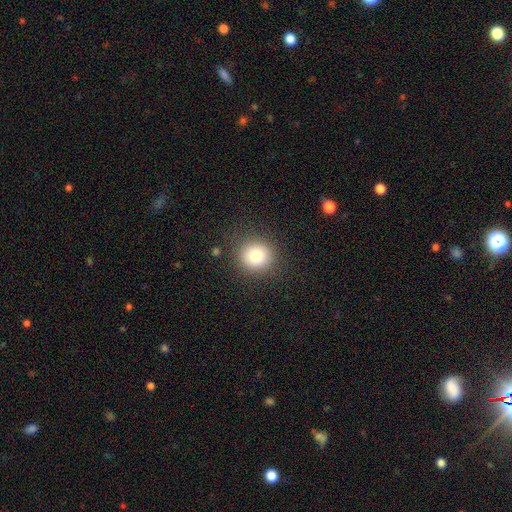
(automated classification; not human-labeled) Smooth or featured? smooth (79%)
How rounded? round (90%)
Merging? none (88%)